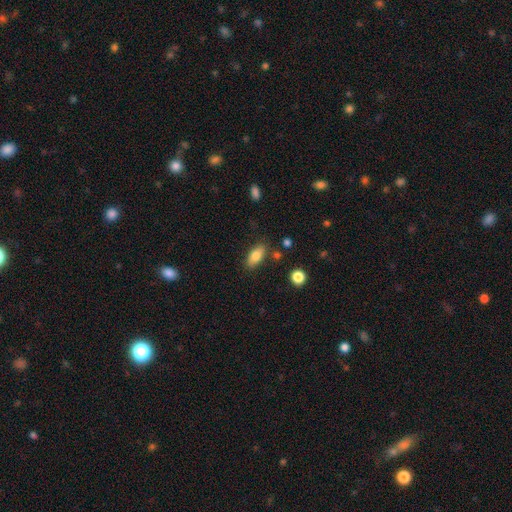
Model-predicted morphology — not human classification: Smooth or featured? Predicted: smooth (p=0.79). How rounded? Predicted: in between (p=0.85). Merging? Predicted: none (p=0.81).